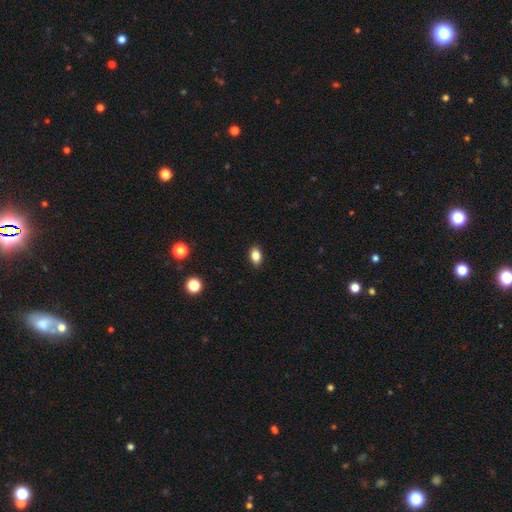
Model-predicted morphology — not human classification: Smooth or featured? Predicted: smooth (p=0.84). How rounded? Predicted: in between (p=0.84). Merging? Predicted: none (p=0.89).